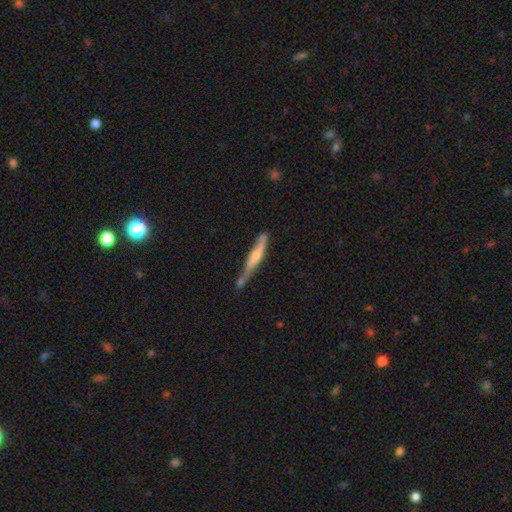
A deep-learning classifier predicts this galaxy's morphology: featured or disk 60%, smooth 32%, star or artifact 7%. Down the decision tree: edge-on disk — yes (93%); edge-on bulge — rounded (63%); merging — none (68%).